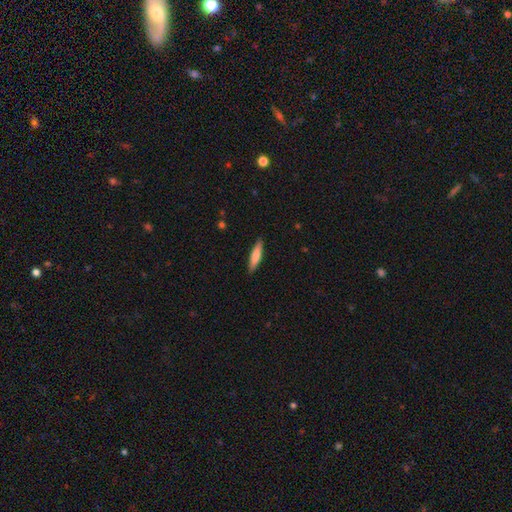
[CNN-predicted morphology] This appears to be a smooth galaxy with no disk features (73%) that is cigar-shaped (81%). Merging: none (89%).